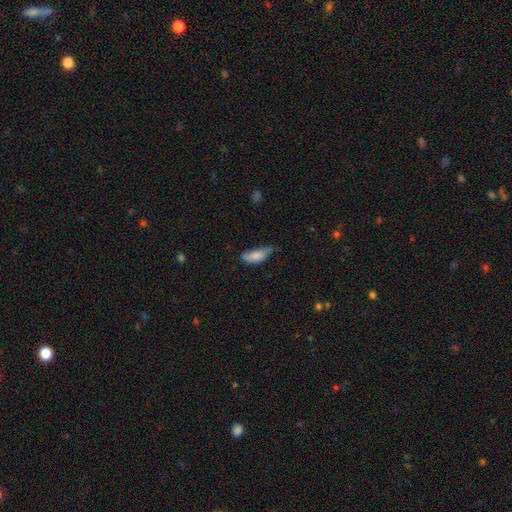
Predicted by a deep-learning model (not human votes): Smooth or featured? Predicted: smooth (p=0.81). How rounded? Predicted: in between (p=0.77). Merging? Predicted: minor disturbance (p=0.47).